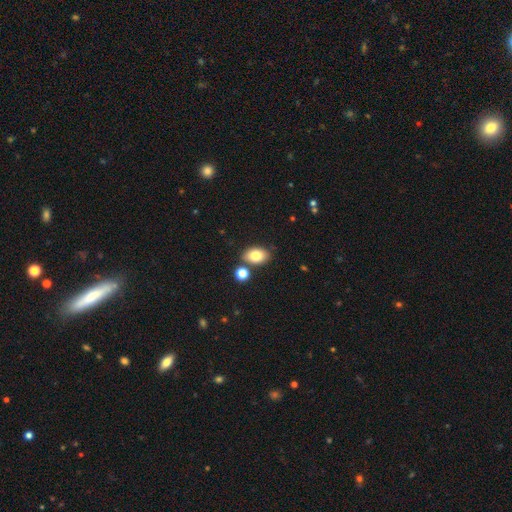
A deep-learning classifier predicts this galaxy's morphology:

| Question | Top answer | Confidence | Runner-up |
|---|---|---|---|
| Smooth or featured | smooth | 80% | featured or disk (11%) |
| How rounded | in between | 84% | round (14%) |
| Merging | none | 75% | merger (11%) |